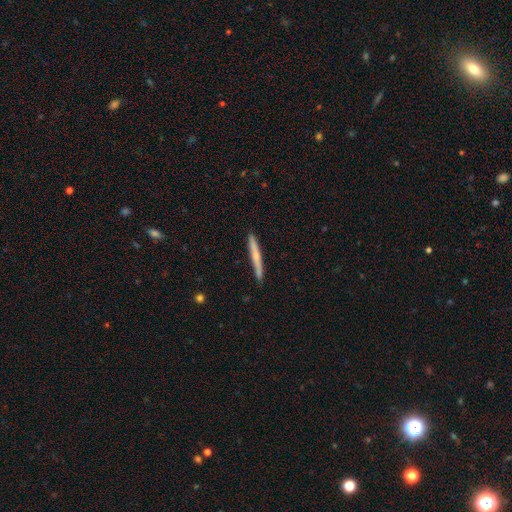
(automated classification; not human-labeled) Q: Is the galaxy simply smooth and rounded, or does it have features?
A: smooth — 53%.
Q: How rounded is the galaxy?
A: cigar-shaped — 97%.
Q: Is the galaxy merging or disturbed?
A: none — 88%.